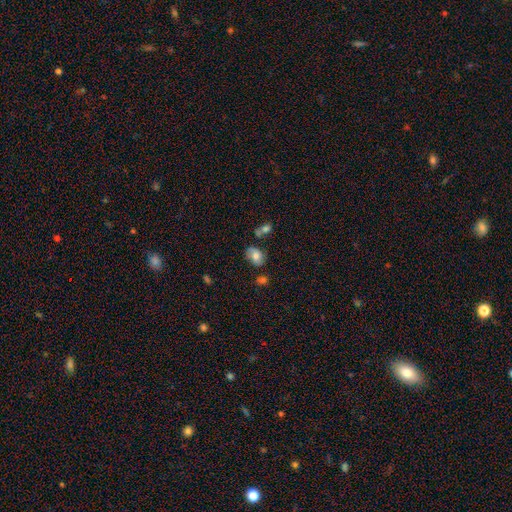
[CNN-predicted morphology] Overall: smooth (62%; featured or disk 30%). How rounded: in between (76%). Merging: none (59%; minor disturbance 22%).